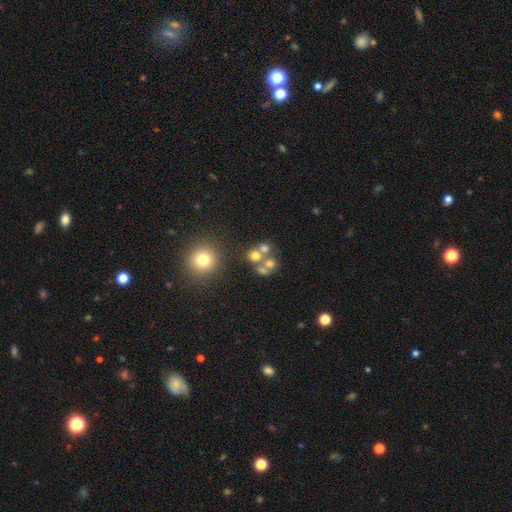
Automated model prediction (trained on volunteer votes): Q: Smooth or featured?
A: smooth (59%); runner-up: featured or disk (22%)
Q: How rounded?
A: round (81%); runner-up: in between (18%)
Q: Merging?
A: merger (44%); runner-up: none (43%)